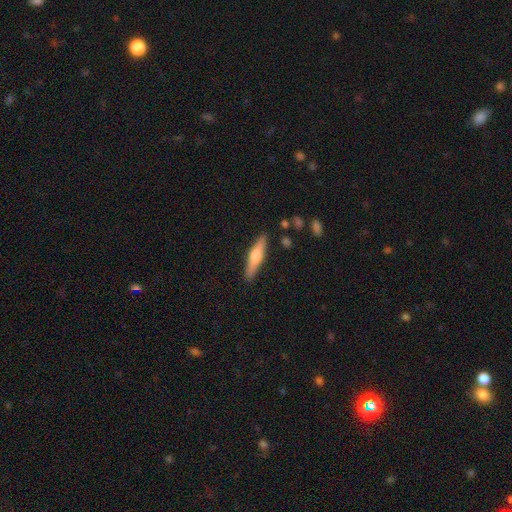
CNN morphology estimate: type=featured or disk (52%); edge-on=yes (96%); merging=none (88%).